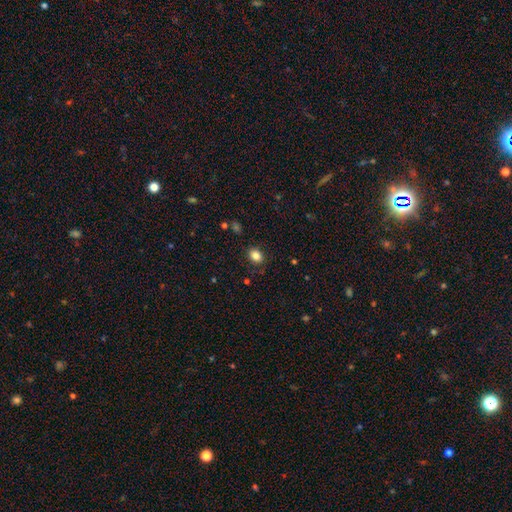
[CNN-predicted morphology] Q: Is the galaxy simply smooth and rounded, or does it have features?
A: smooth — 84%.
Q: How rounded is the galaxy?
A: in between — 62%.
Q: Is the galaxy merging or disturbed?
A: none — 84%.